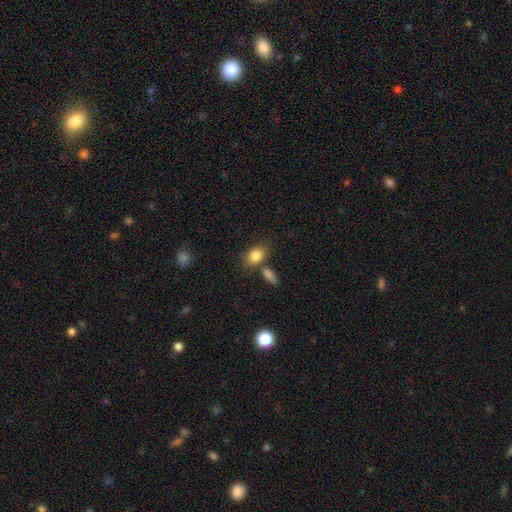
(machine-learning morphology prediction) The model was most divided on "merging": none: 61%, merger: 20%, minor disturbance: 15%, major disturbance: 5%. More confident: smooth or featured — smooth (84%); how rounded — in between (74%).